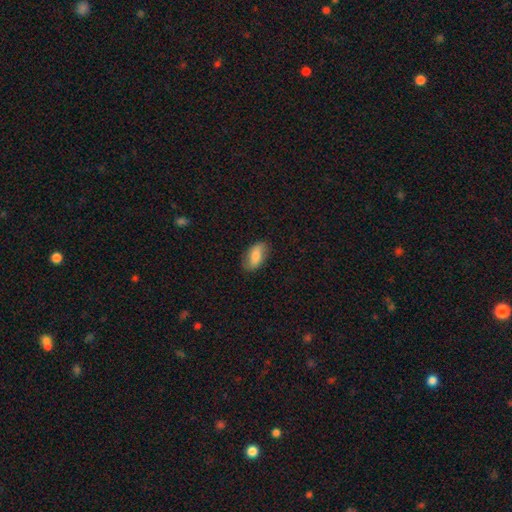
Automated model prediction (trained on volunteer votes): Smooth or featured?
  - smooth: 76% *
  - featured or disk: 18%
  - star or artifact: 7%
How rounded?
  - in between: 91% *
  - cigar-shaped: 5%
  - round: 4%
Merging?
  - none: 82% *
  - minor disturbance: 14%
  - major disturbance: 3%
  - merger: 1%